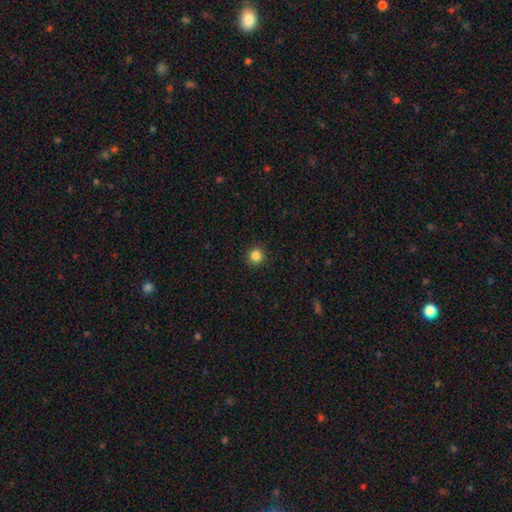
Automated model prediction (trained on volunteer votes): Q: Smooth or featured?
A: smooth (85%); runner-up: star or artifact (11%)
Q: How rounded?
A: round (95%); runner-up: in between (4%)
Q: Merging?
A: none (92%); runner-up: minor disturbance (5%)